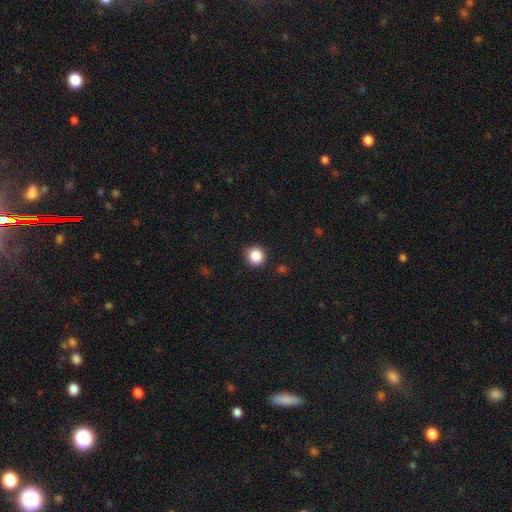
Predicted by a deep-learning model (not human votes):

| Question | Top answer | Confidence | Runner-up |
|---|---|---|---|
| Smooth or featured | smooth | 87% | star or artifact (10%) |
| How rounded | round | 92% | in between (7%) |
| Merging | none | 88% | minor disturbance (8%) |